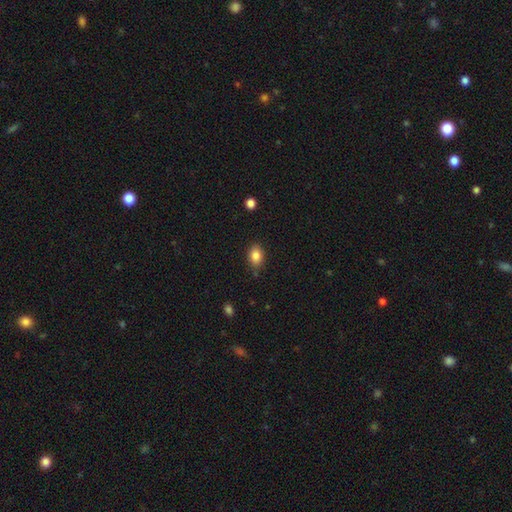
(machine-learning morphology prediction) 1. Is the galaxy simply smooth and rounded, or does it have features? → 85% smooth, 9% star or artifact, 6% featured or disk.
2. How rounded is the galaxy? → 77% in between, 22% round, 1% cigar-shaped.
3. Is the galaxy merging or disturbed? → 82% none, 13% minor disturbance, 3% major disturbance, 2% merger.